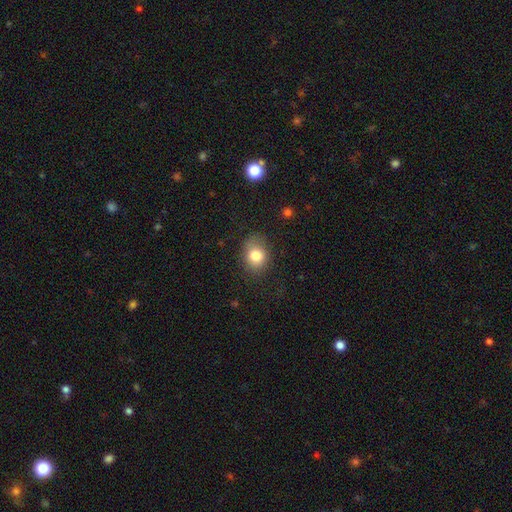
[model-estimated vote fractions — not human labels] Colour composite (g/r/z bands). It shows a smooth galaxy with no disk features (79%) that is in between round and cigar-shaped (51%). Merging: none (74%).